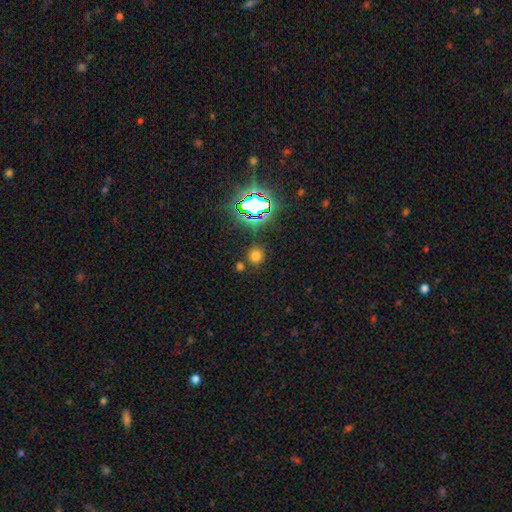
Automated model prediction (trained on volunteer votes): This is likely a smooth galaxy (67%). How rounded: clearly round (89%). Merging: clearly none (82%).